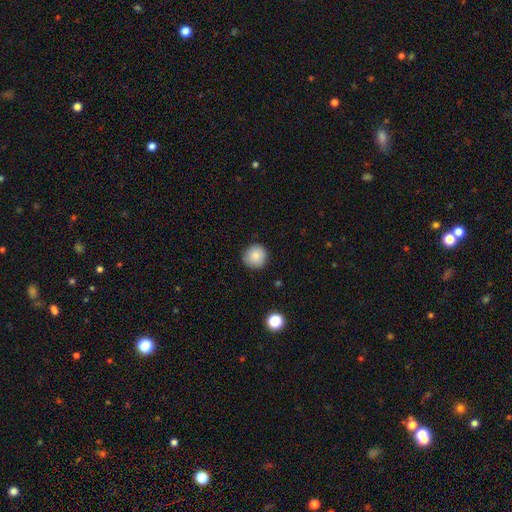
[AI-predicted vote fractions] smooth-or-featured: smooth: 85% | star or artifact: 9% | featured or disk: 6%
  how-rounded: round: 95% | in between: 4% | cigar-shaped: 1%
  merging: none: 88% | minor disturbance: 9% | major disturbance: 2% | merger: 1%